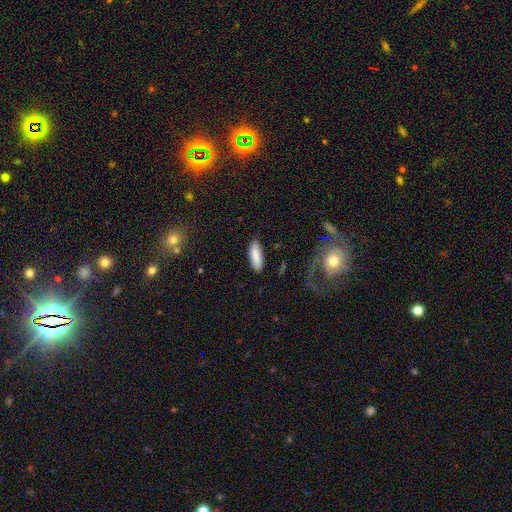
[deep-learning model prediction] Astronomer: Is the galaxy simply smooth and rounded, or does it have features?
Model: smooth — 87%.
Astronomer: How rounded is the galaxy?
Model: in between — 59% (runner-up: cigar-shaped, 39%).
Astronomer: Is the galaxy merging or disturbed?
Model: none — 85%.